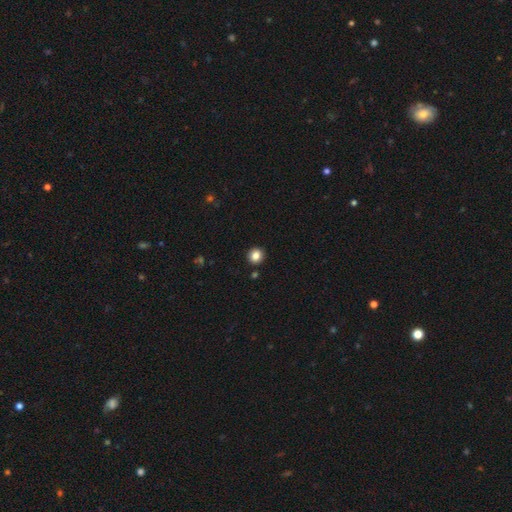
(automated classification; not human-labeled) A smooth galaxy with no disk features (85%) that is round (90%).

Vote fractions:
- Smooth or featured? smooth: 85% / star or artifact: 11% / featured or disk: 5%
- How rounded? round: 90% / in between: 9% / cigar-shaped: 1%
- Merging? none: 92% / minor disturbance: 5% / merger: 2% / major disturbance: 2%